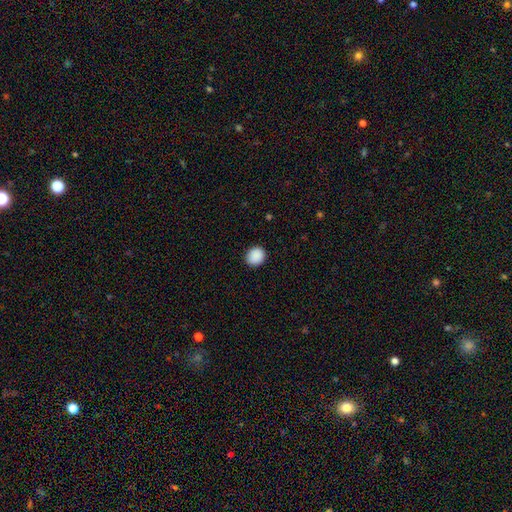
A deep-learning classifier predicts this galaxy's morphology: Smooth or featured: smooth — 90% (star or artifact — 8%)
How rounded: round — 80% (in between — 19%)
Merging: none — 91% (minor disturbance — 6%)